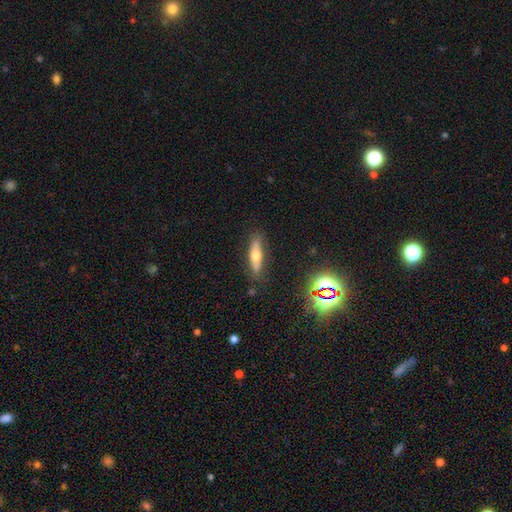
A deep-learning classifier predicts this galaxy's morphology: smooth 53%, featured or disk 39%, star or artifact 8%. Down the decision tree: how rounded — cigar-shaped (61%); merging — none (83%).